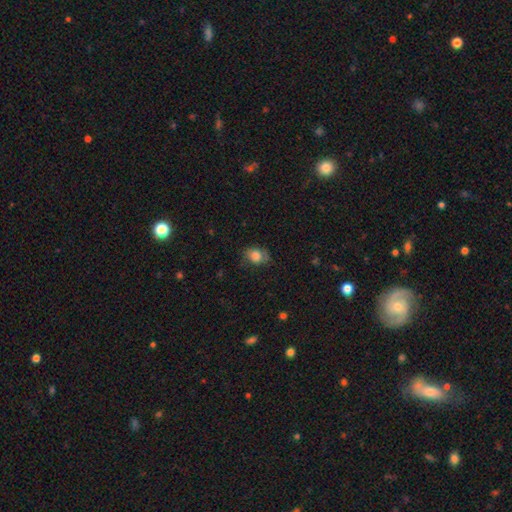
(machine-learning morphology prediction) smooth_or_featured: smooth (p=0.79) [alt: featured or disk p=0.12]
how_rounded: in between (p=0.56) [alt: round p=0.43]
merging: none (p=0.64) [alt: minor disturbance p=0.26]